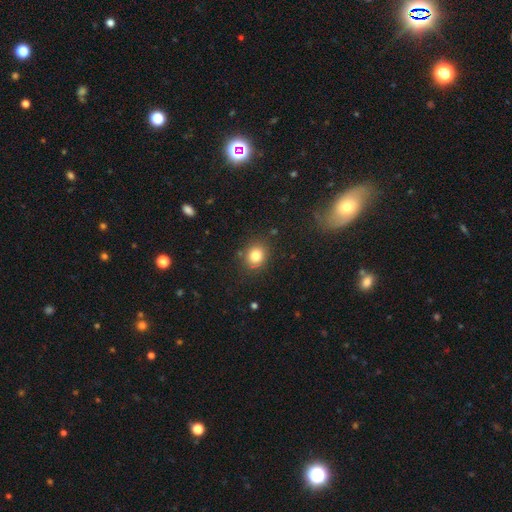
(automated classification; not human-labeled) Overall: smooth (81%). How rounded: round (66%; in between 33%). Merging: none (83%).